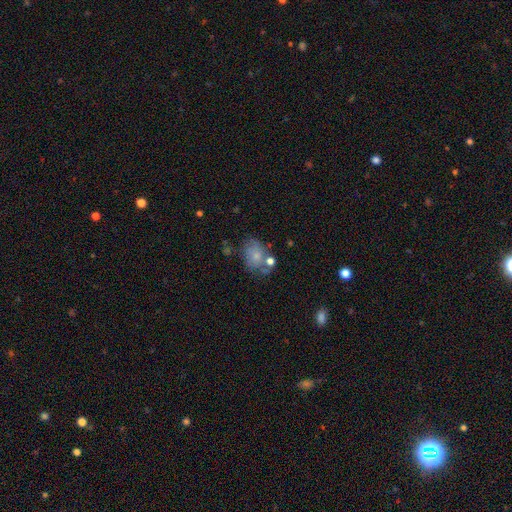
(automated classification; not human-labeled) Overall: smooth (62%; featured or disk 27%). How rounded: in between (66%; round 33%). Merging: none (44%; minor disturbance 25%).